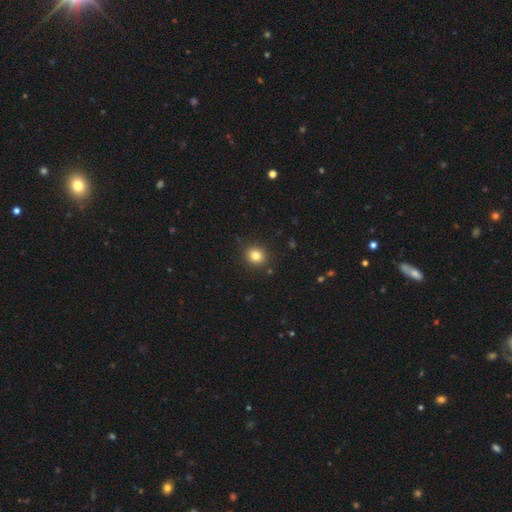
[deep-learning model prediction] A smooth galaxy with no disk features (82%) that is round (82%).

Vote fractions:
- Smooth or featured? smooth: 82% / star or artifact: 12% / featured or disk: 6%
- How rounded? round: 82% / in between: 17% / cigar-shaped: 1%
- Merging? none: 88% / minor disturbance: 8% / major disturbance: 2% / merger: 2%